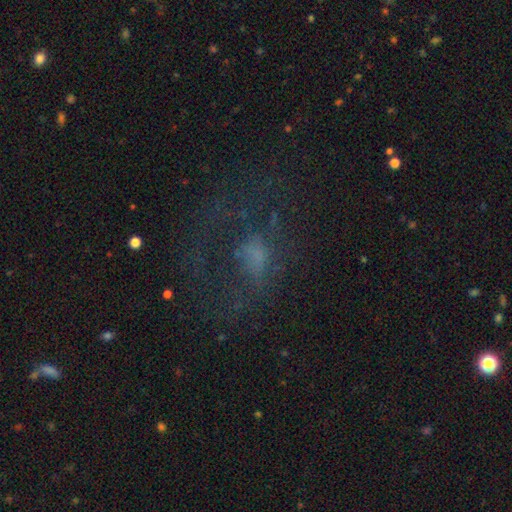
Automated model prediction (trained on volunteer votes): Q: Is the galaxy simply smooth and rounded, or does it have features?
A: featured or disk — 41%.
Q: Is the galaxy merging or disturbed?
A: major disturbance — 41%.